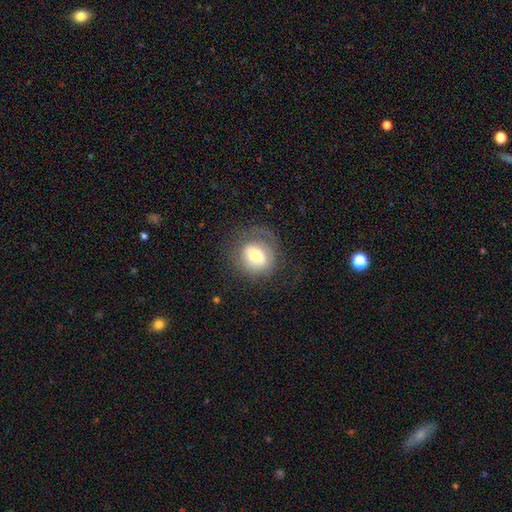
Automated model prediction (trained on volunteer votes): This is possibly a smooth galaxy (58%). How rounded: likely round (61%). Merging: possibly none (58%).